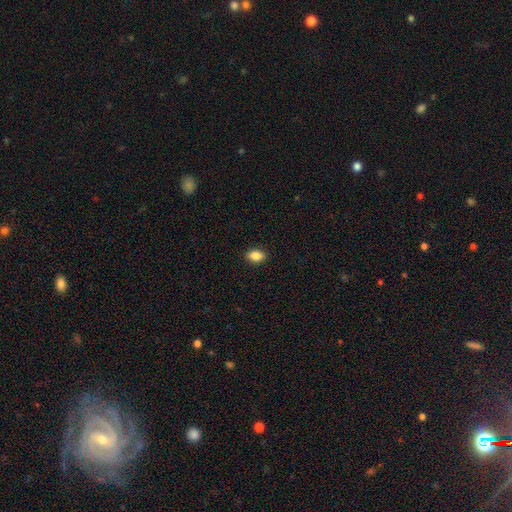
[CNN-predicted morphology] Smooth or featured? Predicted: smooth (p=0.86). How rounded? Predicted: in between (p=0.78). Merging? Predicted: none (p=0.90).